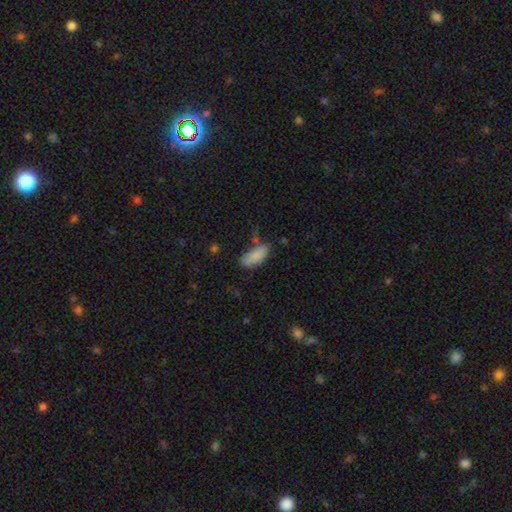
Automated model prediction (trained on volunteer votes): Smooth or featured?
  - smooth: 85% *
  - featured or disk: 8%
  - star or artifact: 7%
How rounded?
  - in between: 84% *
  - cigar-shaped: 14%
  - round: 2%
Merging?
  - none: 63% *
  - minor disturbance: 24%
  - merger: 7%
  - major disturbance: 6%